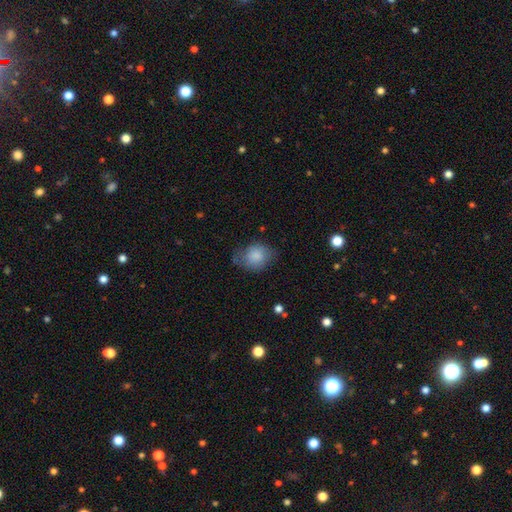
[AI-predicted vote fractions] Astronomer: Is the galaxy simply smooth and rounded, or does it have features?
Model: smooth — 79%.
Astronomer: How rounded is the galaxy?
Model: in between — 52% (runner-up: round, 47%).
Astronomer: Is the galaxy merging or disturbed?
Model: none — 53% (runner-up: minor disturbance, 32%).